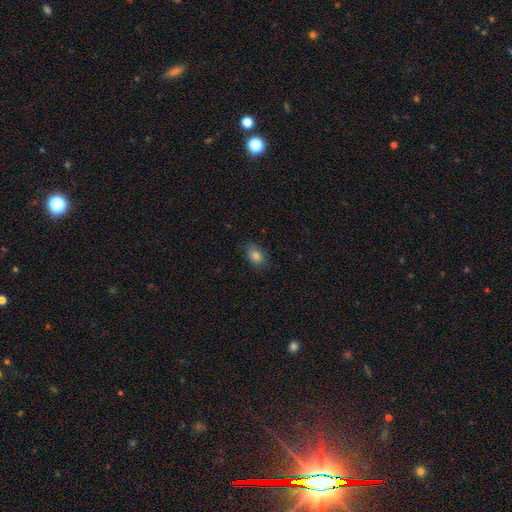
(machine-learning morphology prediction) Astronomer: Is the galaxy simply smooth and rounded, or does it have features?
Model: smooth — 83%.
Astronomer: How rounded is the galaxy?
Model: in between — 84%.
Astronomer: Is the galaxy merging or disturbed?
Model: none — 75%.